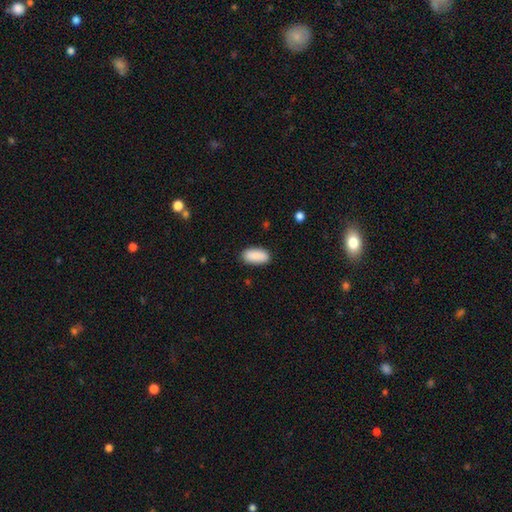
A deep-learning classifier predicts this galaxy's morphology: Smooth or featured? smooth (90%)
How rounded? in between (92%)
Merging? none (85%)